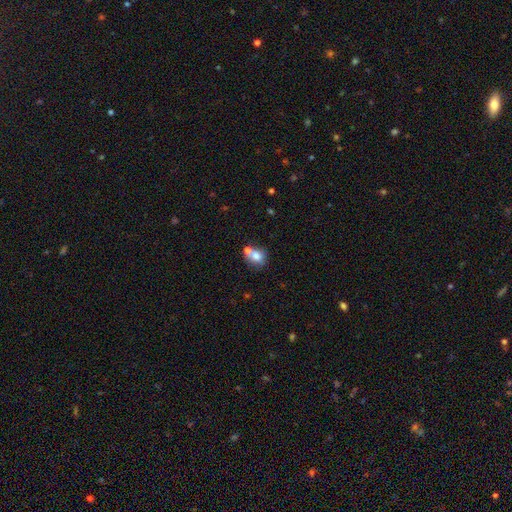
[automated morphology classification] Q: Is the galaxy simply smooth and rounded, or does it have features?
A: smooth — 75%.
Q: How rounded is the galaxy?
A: round — 63%.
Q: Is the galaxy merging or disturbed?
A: none — 42%, tied with merger.